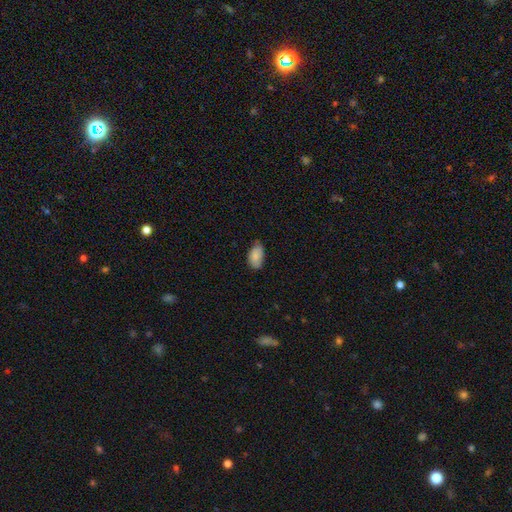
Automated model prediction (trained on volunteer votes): The model was most divided on "merging": none: 65%, minor disturbance: 30%, major disturbance: 4%, merger: 1%. More confident: how rounded — in between (94%); smooth or featured — smooth (84%).